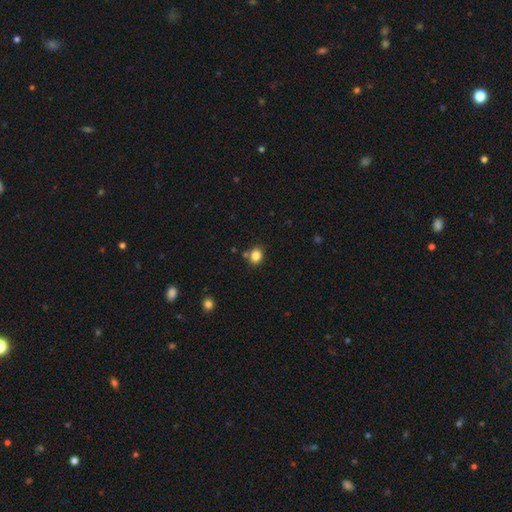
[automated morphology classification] A smooth galaxy with no disk features (84%) that is round (54%).

Vote fractions:
- Smooth or featured? smooth: 84% / star or artifact: 11% / featured or disk: 5%
- How rounded? round: 54% / in between: 45% / cigar-shaped: 1%
- Merging? none: 76% / minor disturbance: 11% / merger: 9% / major disturbance: 3%